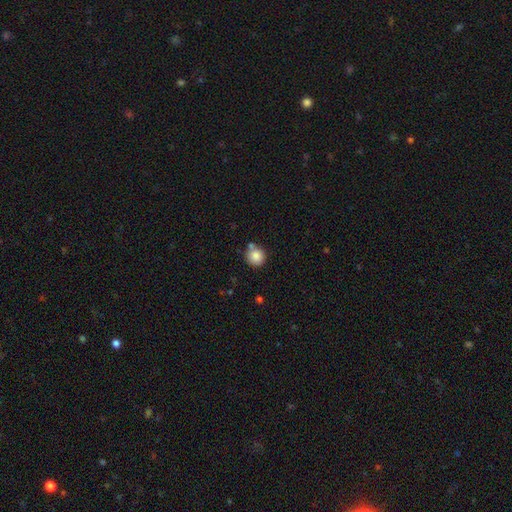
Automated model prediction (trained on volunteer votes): Smooth or featured: smooth — 85% (star or artifact — 9%)
How rounded: round — 92% (in between — 7%)
Merging: none — 71% (merger — 14%)